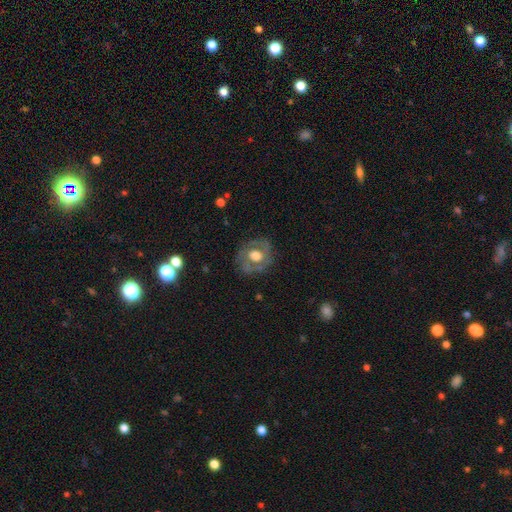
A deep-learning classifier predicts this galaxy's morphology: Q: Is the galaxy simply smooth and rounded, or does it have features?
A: featured or disk — 60%.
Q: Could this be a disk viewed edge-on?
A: no — 95%.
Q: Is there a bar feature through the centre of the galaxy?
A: no — 76%.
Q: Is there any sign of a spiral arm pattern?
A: no — 61%.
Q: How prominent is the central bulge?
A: large — 49%.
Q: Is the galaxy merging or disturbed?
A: none — 74%.